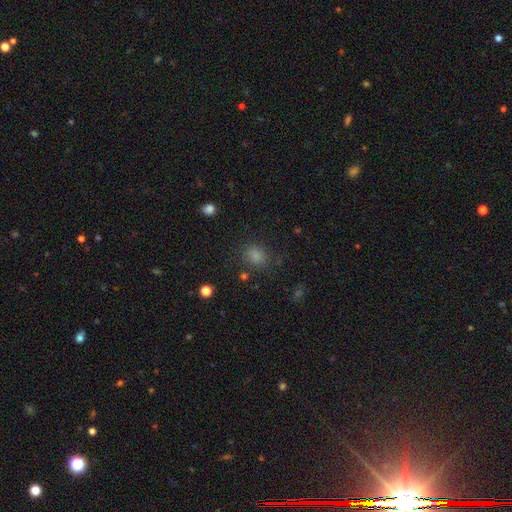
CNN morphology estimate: smooth 80%, star or artifact 15%, featured or disk 5%. Down the decision tree: how rounded — round (58%); merging — none (80%).